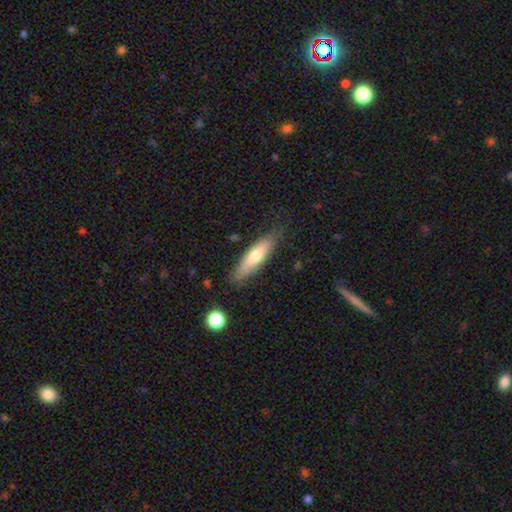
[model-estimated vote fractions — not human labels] The model was most divided on "smooth or featured": smooth: 62%, featured or disk: 32%, star or artifact: 6%. More confident: merging — none (80%); how rounded — cigar-shaped (70%).